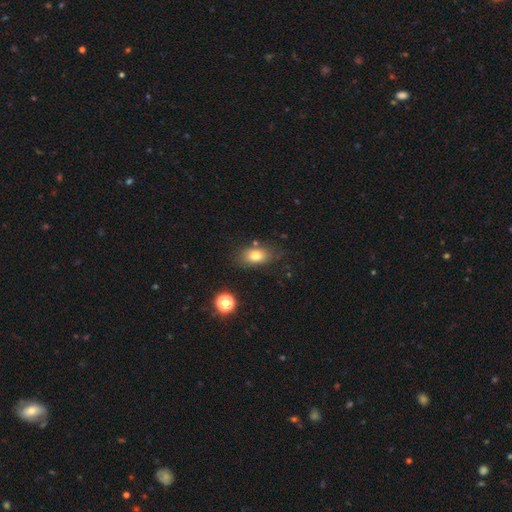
This is clearly a smooth galaxy (84%). How rounded: clearly in between (87%). Merging: likely none (78%).